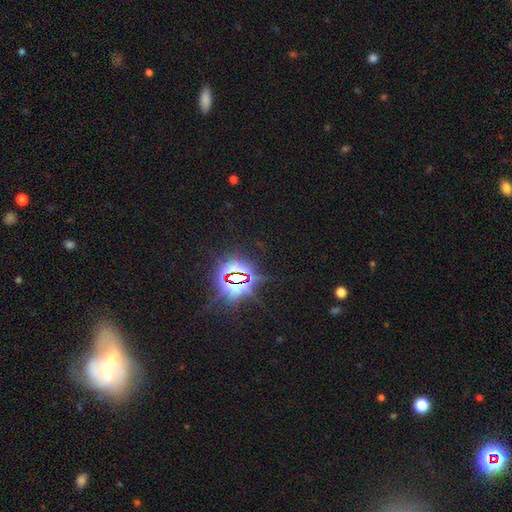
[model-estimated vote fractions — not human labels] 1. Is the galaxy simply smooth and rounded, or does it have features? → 78% star or artifact, 11% smooth, 10% featured or disk.